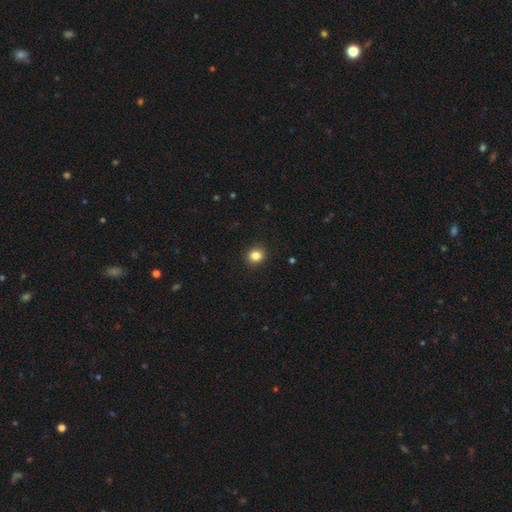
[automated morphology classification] Smooth or featured?
  - smooth: 84% *
  - star or artifact: 11%
  - featured or disk: 5%
How rounded?
  - round: 81% *
  - in between: 18%
  - cigar-shaped: 1%
Merging?
  - none: 91% *
  - minor disturbance: 6%
  - major disturbance: 2%
  - merger: 1%